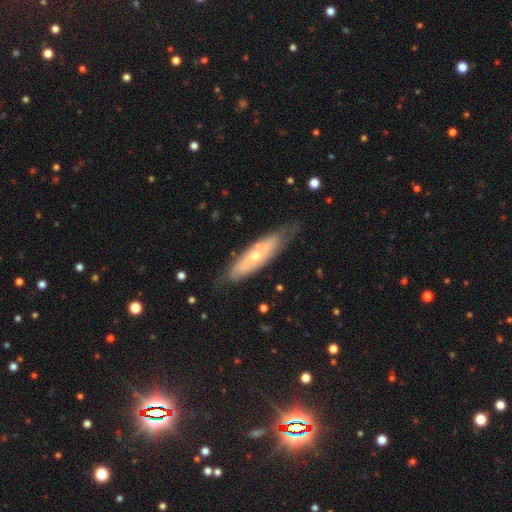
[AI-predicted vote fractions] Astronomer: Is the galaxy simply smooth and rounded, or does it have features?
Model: featured or disk — 63%.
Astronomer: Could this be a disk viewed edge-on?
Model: no — 67%.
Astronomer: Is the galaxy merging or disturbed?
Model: none — 70%.